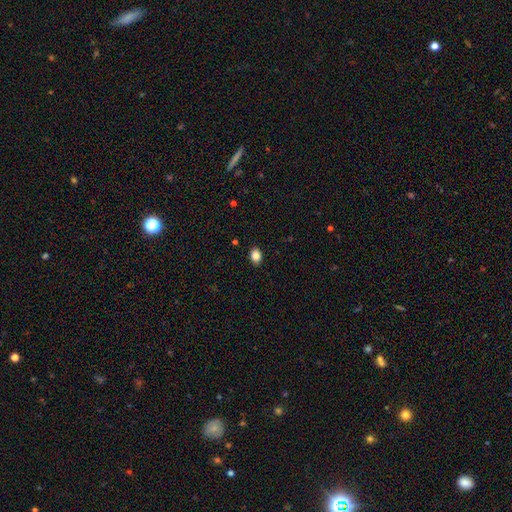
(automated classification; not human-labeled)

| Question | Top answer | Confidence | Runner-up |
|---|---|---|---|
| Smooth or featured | smooth | 85% | star or artifact (10%) |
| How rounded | in between | 71% | round (28%) |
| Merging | none | 89% | minor disturbance (8%) |